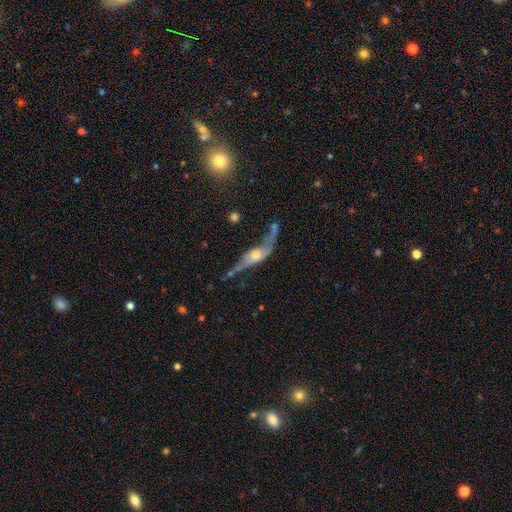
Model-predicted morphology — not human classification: type=featured or disk (71%); edge-on=no (54%); merging=none (38%).